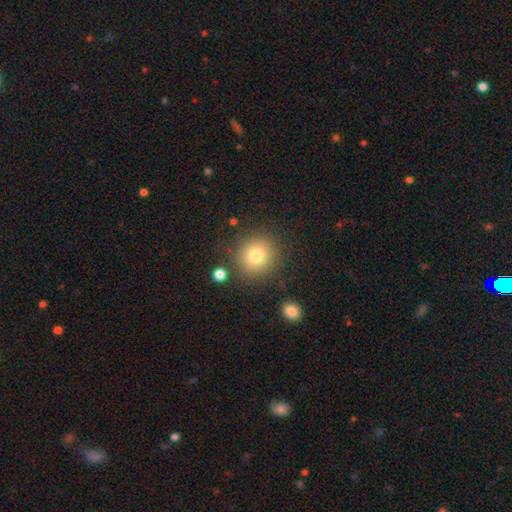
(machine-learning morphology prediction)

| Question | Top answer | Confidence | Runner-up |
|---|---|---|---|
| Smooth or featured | smooth | 78% | star or artifact (12%) |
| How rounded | round | 92% | in between (7%) |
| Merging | none | 85% | minor disturbance (8%) |